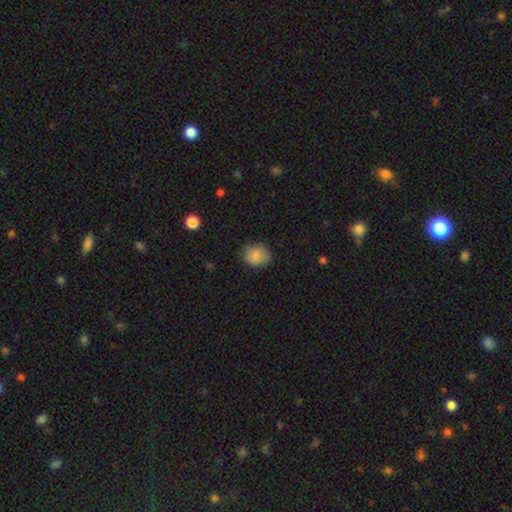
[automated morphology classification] smooth-or-featured: smooth: 85% | star or artifact: 9% | featured or disk: 6%
  how-rounded: round: 65% | in between: 34% | cigar-shaped: 1%
  merging: none: 80% | minor disturbance: 16% | major disturbance: 4% | merger: 1%